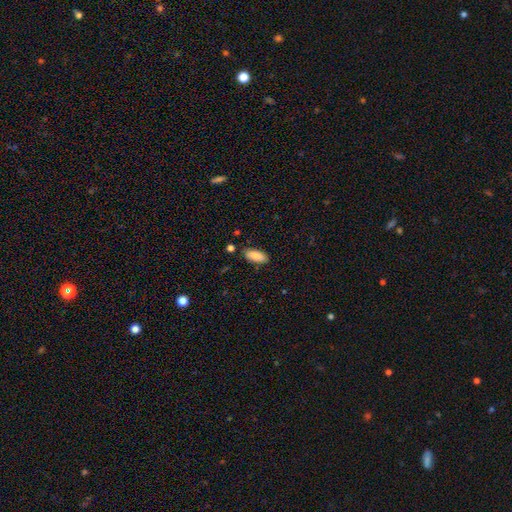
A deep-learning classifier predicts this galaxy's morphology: Q: Smooth or featured?
A: smooth (88%); runner-up: star or artifact (6%)
Q: How rounded?
A: in between (84%); runner-up: cigar-shaped (15%)
Q: Merging?
A: none (84%); runner-up: minor disturbance (11%)